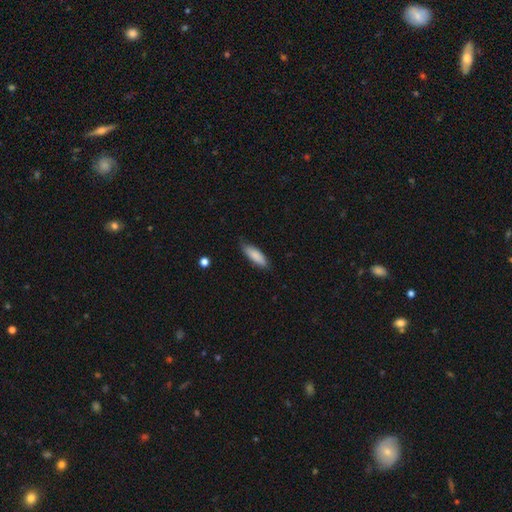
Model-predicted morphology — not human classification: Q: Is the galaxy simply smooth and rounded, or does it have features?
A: smooth — 85%.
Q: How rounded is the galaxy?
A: in between — 54%.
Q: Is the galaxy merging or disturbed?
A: none — 79%.